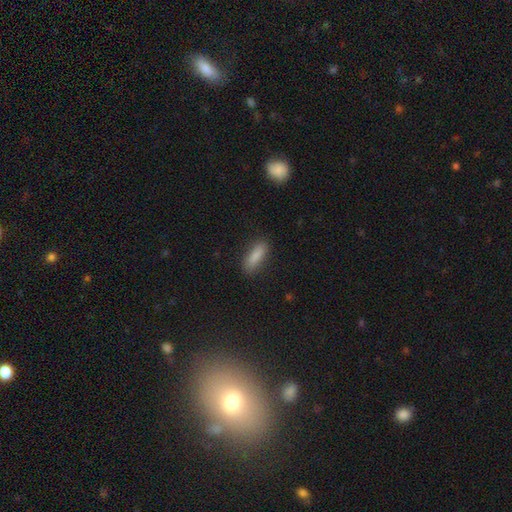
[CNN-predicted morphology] Smooth or featured? Predicted: smooth (p=0.86). How rounded? Predicted: in between (p=0.58). Merging? Predicted: none (p=0.84).